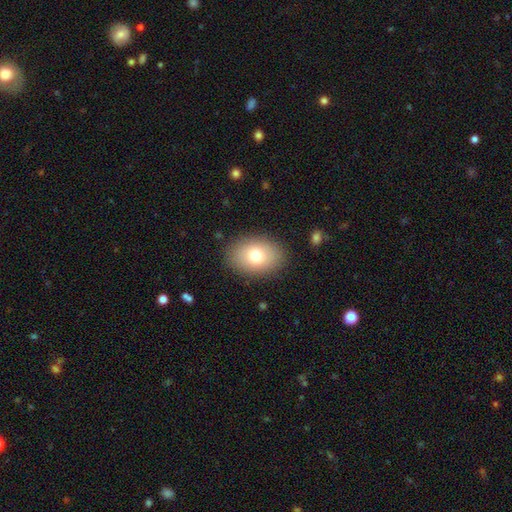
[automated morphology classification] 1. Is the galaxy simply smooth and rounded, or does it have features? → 78% smooth, 14% featured or disk, 9% star or artifact.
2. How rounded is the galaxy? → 77% in between, 22% round, 1% cigar-shaped.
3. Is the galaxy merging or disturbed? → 87% none, 9% minor disturbance, 3% major disturbance, 1% merger.